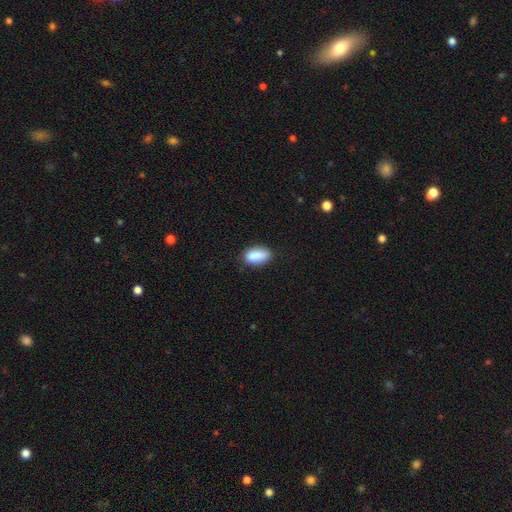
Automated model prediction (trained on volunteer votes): smooth-or-featured: smooth: 87% | star or artifact: 7% | featured or disk: 6%
  how-rounded: in between: 91% | cigar-shaped: 5% | round: 4%
  merging: none: 74% | minor disturbance: 20% | major disturbance: 4% | merger: 2%